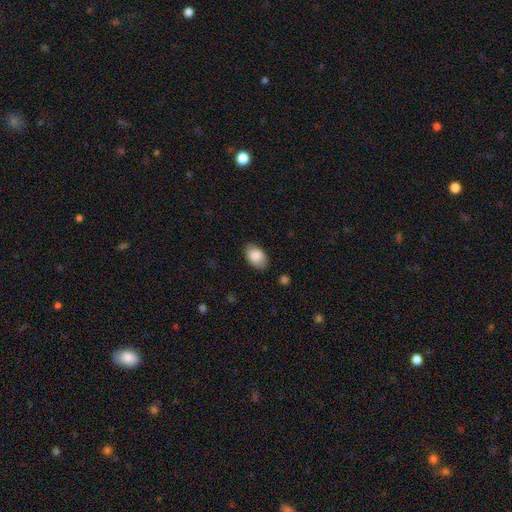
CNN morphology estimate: Smooth or featured: smooth — 86% (featured or disk — 7%)
How rounded: in between — 90% (round — 9%)
Merging: none — 82% (minor disturbance — 14%)